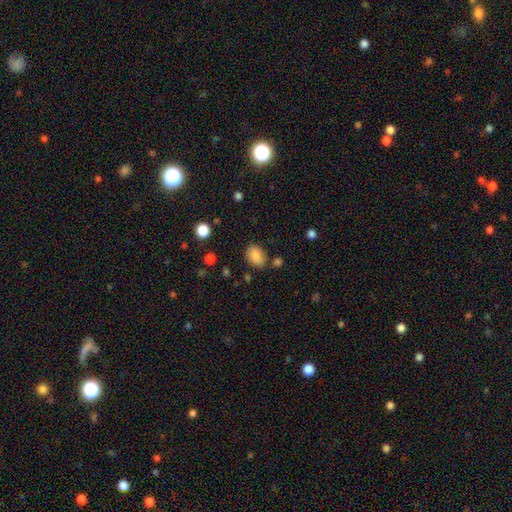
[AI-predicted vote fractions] A smooth galaxy with no disk features (86%) that is in between round and cigar-shaped (80%). Merging: none (77%).